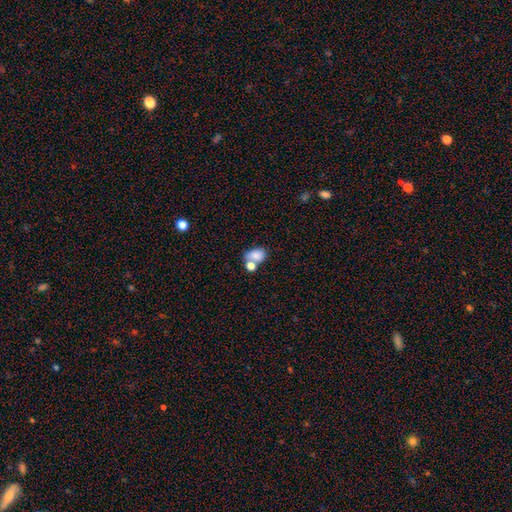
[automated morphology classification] Smooth or featured?
  - smooth: 78% *
  - featured or disk: 12%
  - star or artifact: 10%
How rounded?
  - in between: 75% *
  - round: 24%
  - cigar-shaped: 1%
Merging?
  - merger: 47% *
  - none: 33%
  - minor disturbance: 12%
  - major disturbance: 7%